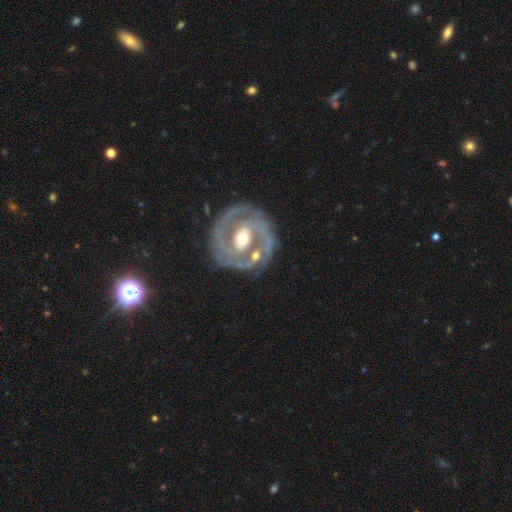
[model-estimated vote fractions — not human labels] A featured or disk galaxy (84%) with no bar (40%), 2 (65%) tight (57%) spiral arms (86%) and a moderate central bulge (74%). Merging: none (65%).